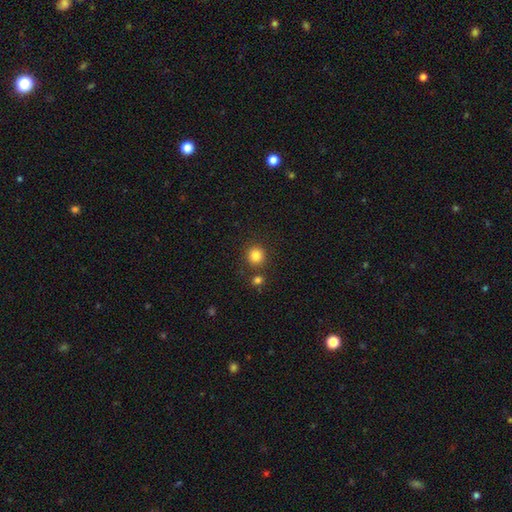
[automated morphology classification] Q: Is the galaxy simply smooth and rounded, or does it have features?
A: smooth — 83%.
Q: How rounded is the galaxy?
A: round — 91%.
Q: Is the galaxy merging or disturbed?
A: none — 82%.